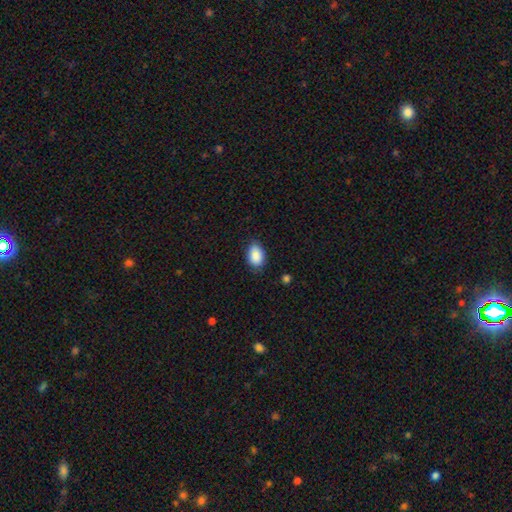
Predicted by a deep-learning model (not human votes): smooth 88%, star or artifact 7%, featured or disk 5%. Down the decision tree: how rounded — in between (84%); merging — none (76%).